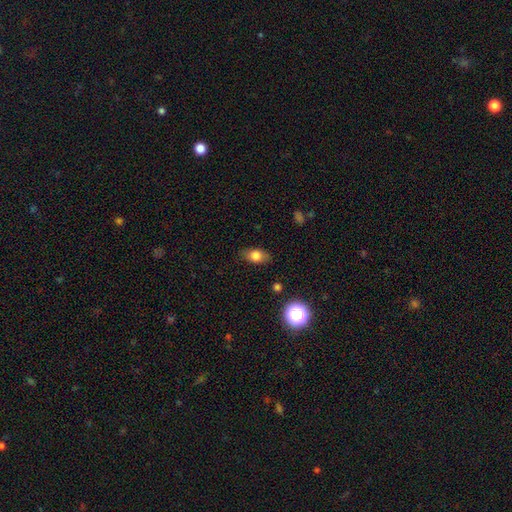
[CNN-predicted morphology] smooth-or-featured: smooth: 77% | featured or disk: 13% | star or artifact: 11%
  how-rounded: in between: 80% | round: 15% | cigar-shaped: 5%
  merging: none: 83% | minor disturbance: 12% | major disturbance: 3% | merger: 1%